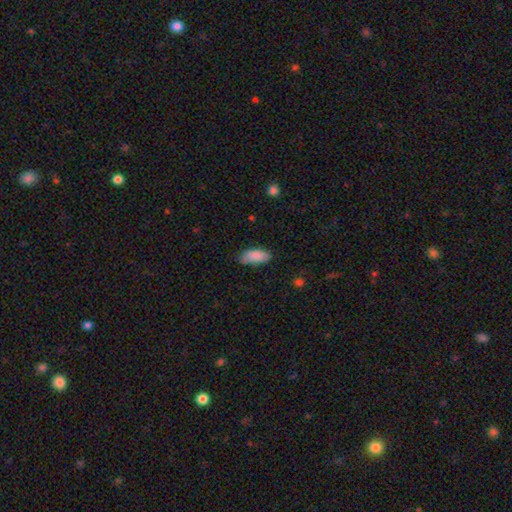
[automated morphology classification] smooth-or-featured: smooth: 86% | featured or disk: 7% | star or artifact: 7%
  how-rounded: in between: 87% | cigar-shaped: 11% | round: 2%
  merging: none: 69% | minor disturbance: 25% | major disturbance: 4% | merger: 2%